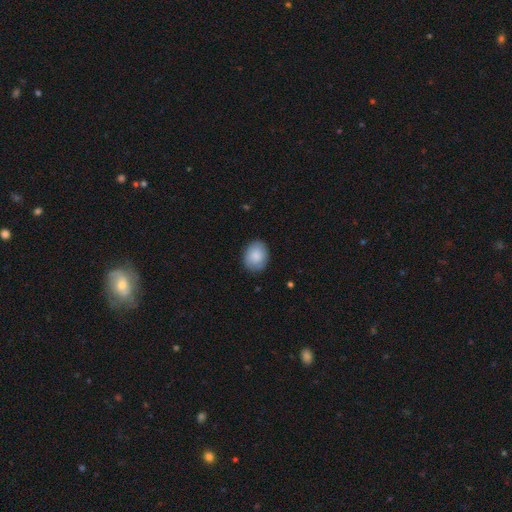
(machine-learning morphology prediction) smooth_or_featured: smooth (p=0.84) [alt: featured or disk p=0.09]
how_rounded: in between (p=0.57) [alt: round p=0.42]
merging: none (p=0.83) [alt: minor disturbance p=0.13]